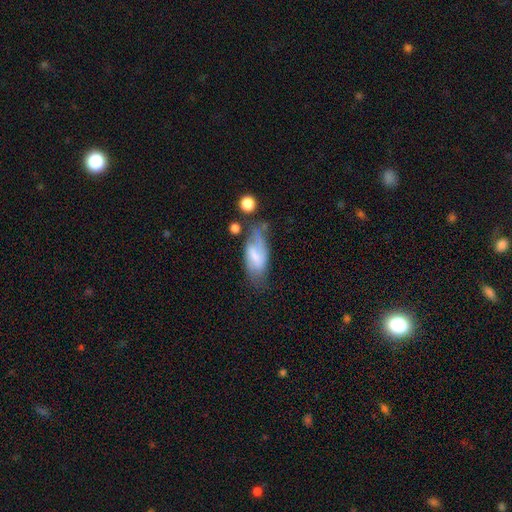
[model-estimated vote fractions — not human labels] A featured or disk galaxy (46%, tied with smooth). Merging: none (43%).